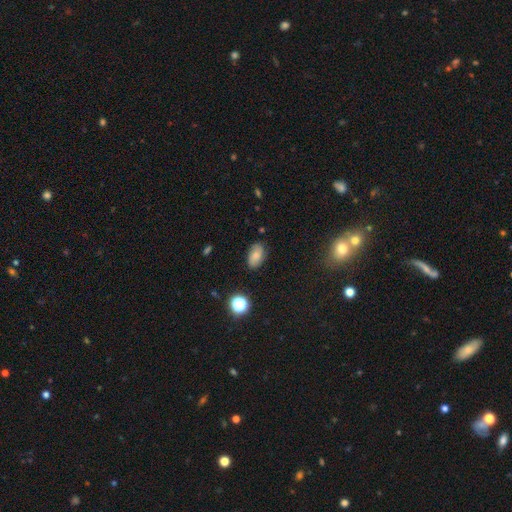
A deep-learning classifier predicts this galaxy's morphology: Smooth or featured: smooth — 66% (featured or disk — 22%)
How rounded: in between — 89% (round — 10%)
Merging: none — 78% (minor disturbance — 16%)